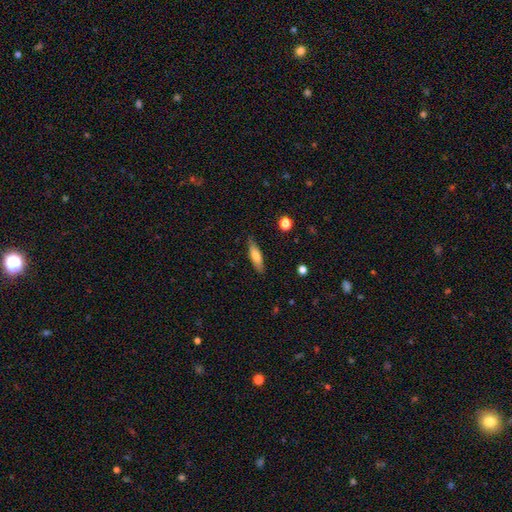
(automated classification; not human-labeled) smooth-or-featured: smooth: 71% | featured or disk: 23% | star or artifact: 7%
  how-rounded: cigar-shaped: 63% | in between: 35% | round: 2%
  merging: none: 85% | minor disturbance: 12% | major disturbance: 2% | merger: 1%